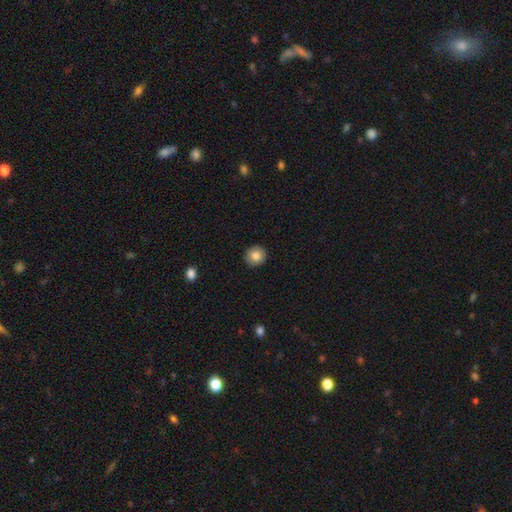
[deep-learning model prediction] Q: Smooth or featured?
A: smooth (83%); runner-up: star or artifact (8%)
Q: How rounded?
A: round (90%); runner-up: in between (9%)
Q: Merging?
A: none (92%); runner-up: minor disturbance (6%)